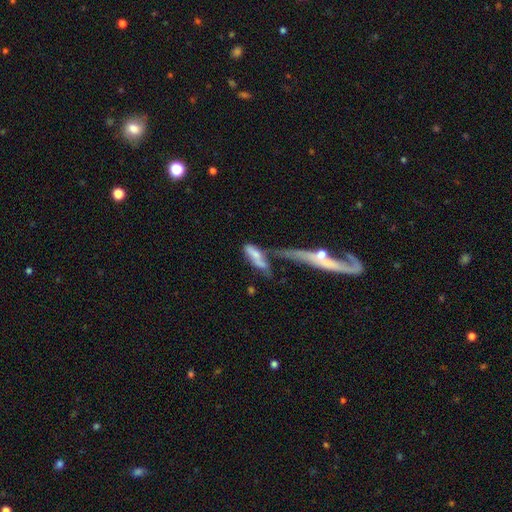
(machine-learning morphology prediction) This is possibly a smooth galaxy (57%). How rounded: possibly in between (53%). Merging: possibly merger (46%).